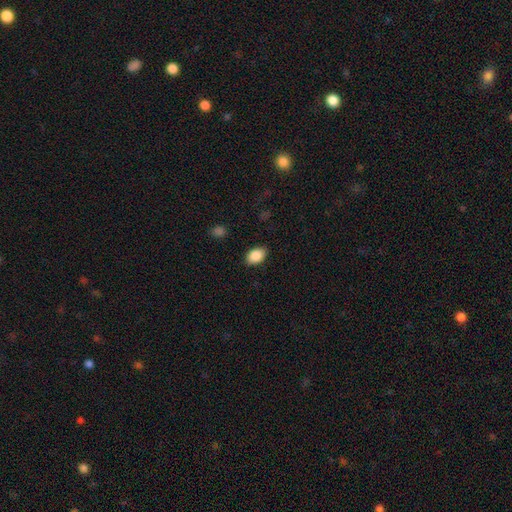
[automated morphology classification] smooth_or_featured: smooth (p=0.88) [alt: star or artifact p=0.07]
how_rounded: in between (p=0.87) [alt: round p=0.11]
merging: none (p=0.87) [alt: minor disturbance p=0.09]